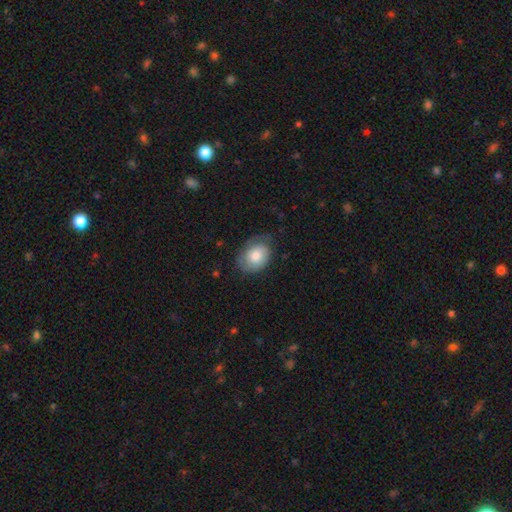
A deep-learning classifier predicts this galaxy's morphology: Smooth or featured? Predicted: smooth (p=0.63). How rounded? Predicted: in between (p=0.73). Merging? Predicted: none (p=0.63).